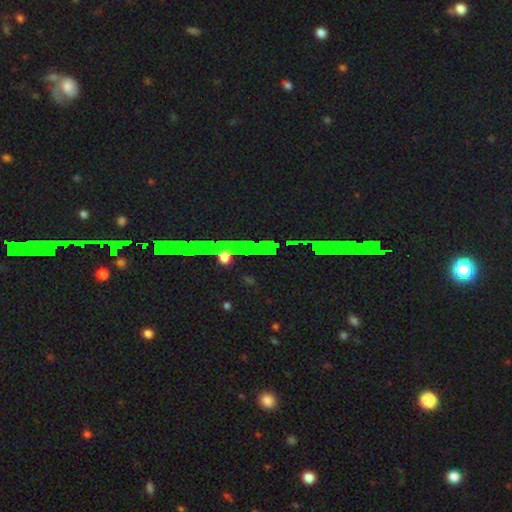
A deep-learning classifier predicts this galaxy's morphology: Smooth or featured? star or artifact (76%)